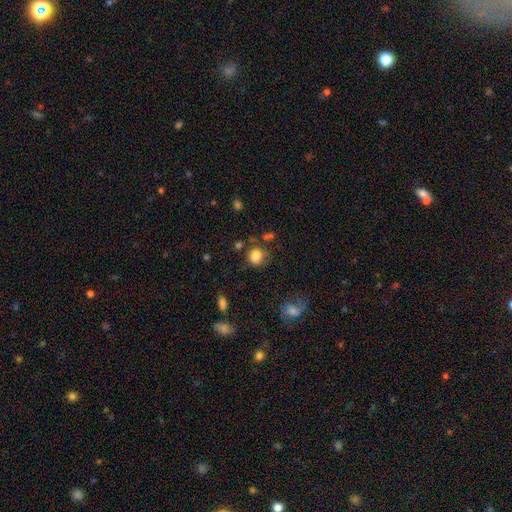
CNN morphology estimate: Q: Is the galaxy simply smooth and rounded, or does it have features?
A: smooth — 81%.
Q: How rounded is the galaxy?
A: round — 58%.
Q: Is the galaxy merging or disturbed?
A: none — 62%.